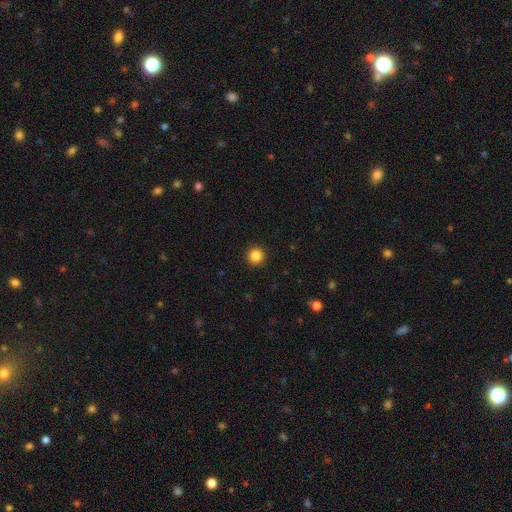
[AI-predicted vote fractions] This appears to be a smooth galaxy with no disk features (85%) that is round (96%). Merging: none (93%).